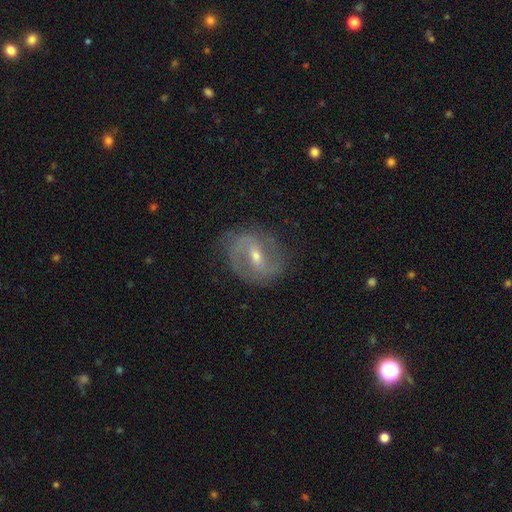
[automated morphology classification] Smooth or featured?
  - featured or disk: 84% *
  - smooth: 9%
  - star or artifact: 7%
Edge-on disk?
  - no: 96% *
  - yes: 4%
Bar?
  - weak: 43% *
  - strong: 41%
  - no: 16%
Spiral arms?
  - yes: 91% *
  - no: 9%
Spiral winding?
  - medium: 48% *
  - loose: 26%
  - tight: 26%
Spiral arm count?
  - 2: 84% *
  - can't tell: 7%
  - 1: 3%
  - 3: 3%
  - 4: 1%
  - more than 4: 1%
Bulge size?
  - small: 51% *
  - moderate: 46%
  - large: 1%
  - none: 1%
  - dominant: 1%
Merging?
  - none: 78% *
  - minor disturbance: 15%
  - major disturbance: 6%
  - merger: 1%